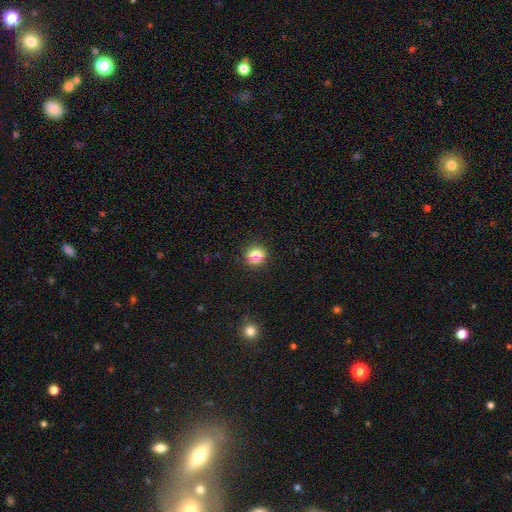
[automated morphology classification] A smooth galaxy with no disk features (84%) that is round (76%). Merging: none (89%).